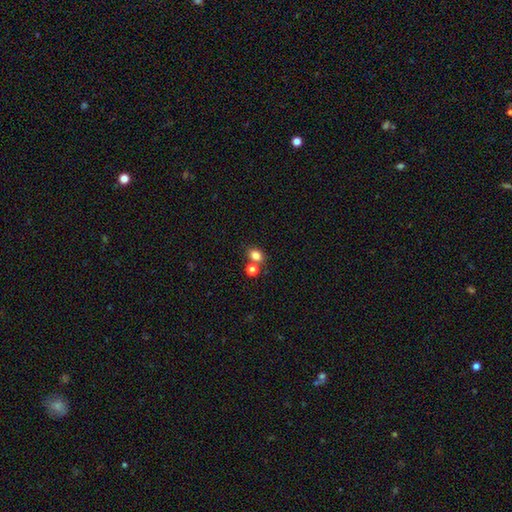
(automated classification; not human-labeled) Q: Smooth or featured?
A: smooth (81%); runner-up: star or artifact (13%)
Q: How rounded?
A: in between (56%); runner-up: round (43%)
Q: Merging?
A: none (60%); runner-up: merger (26%)